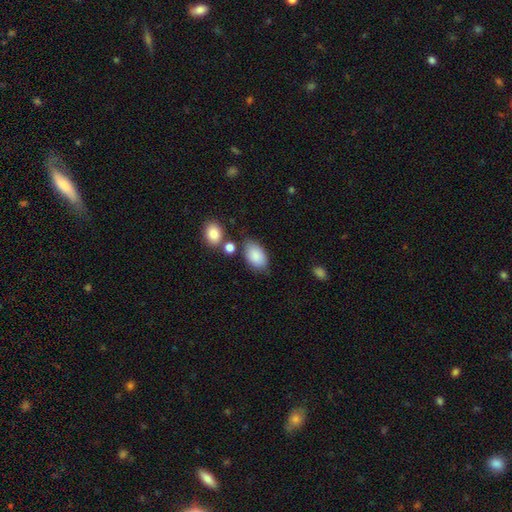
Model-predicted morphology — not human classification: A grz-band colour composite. It shows a smooth galaxy with no disk features (86%) that is in between round and cigar-shaped (92%). Merging: none (68%).